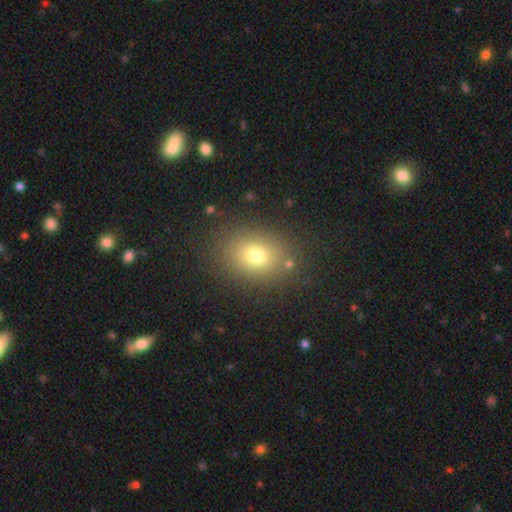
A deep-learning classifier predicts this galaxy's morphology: Smooth or featured: smooth — 74% (star or artifact — 15%)
How rounded: in between — 59% (round — 40%)
Merging: none — 84% (minor disturbance — 10%)